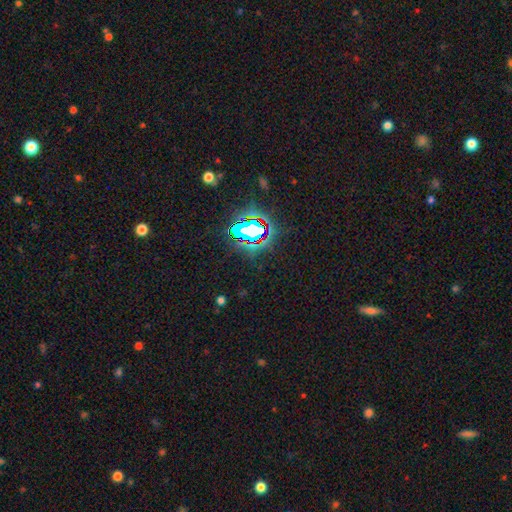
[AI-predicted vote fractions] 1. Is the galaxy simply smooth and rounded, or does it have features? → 81% star or artifact, 12% smooth, 8% featured or disk.